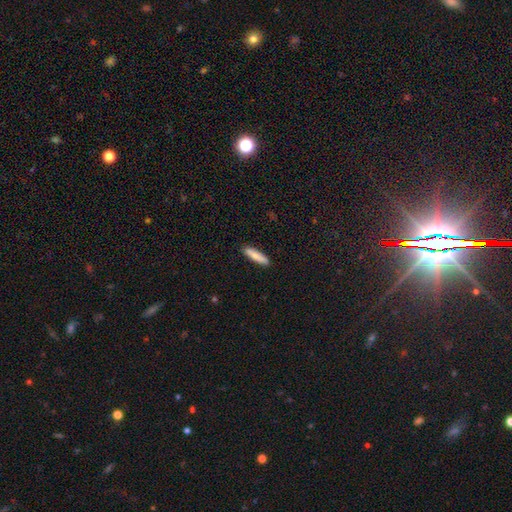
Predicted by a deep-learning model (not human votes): A smooth galaxy with no disk features (79%) that is cigar-shaped (80%). Merging: none (90%).